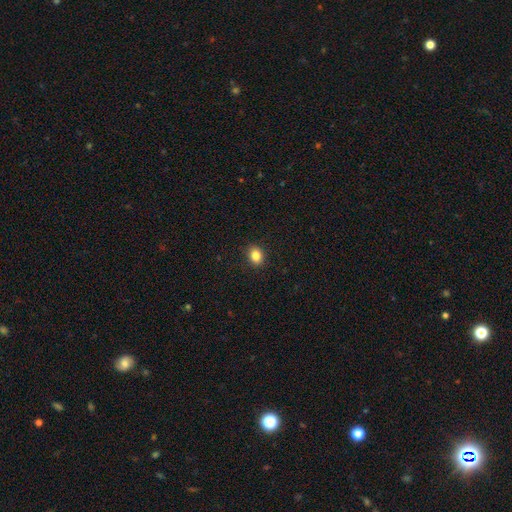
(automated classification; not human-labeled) Morphology: type=smooth (85%); roundness=in between (51%); merging=none (90%).